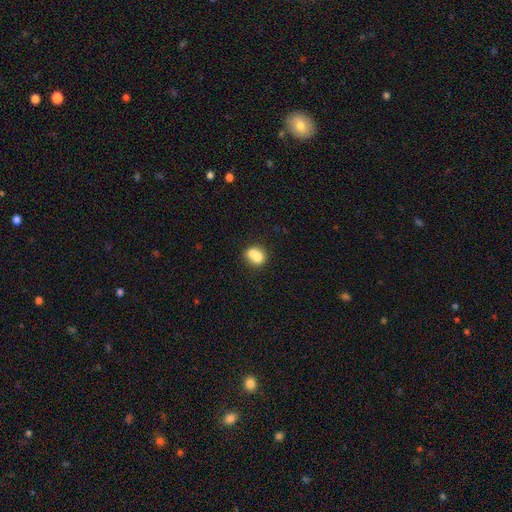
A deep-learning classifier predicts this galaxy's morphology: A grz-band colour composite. It shows a smooth galaxy with no disk features (70%) that is round (65%). Merging: merger (58%).